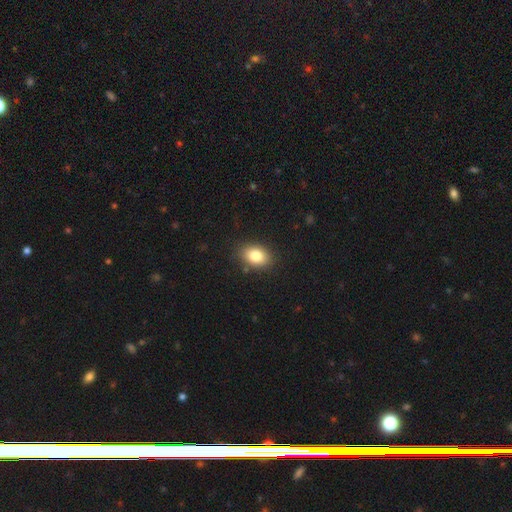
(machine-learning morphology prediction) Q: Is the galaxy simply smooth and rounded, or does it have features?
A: smooth — 82%.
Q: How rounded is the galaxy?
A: in between — 78%.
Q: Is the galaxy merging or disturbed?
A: none — 86%.